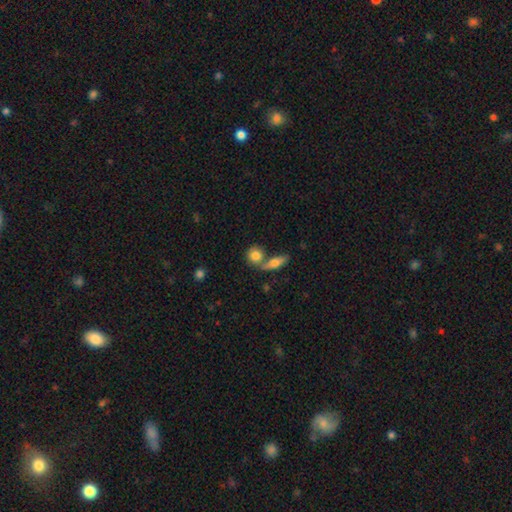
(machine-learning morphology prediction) Q: Smooth or featured?
A: smooth (79%); runner-up: featured or disk (14%)
Q: How rounded?
A: round (69%); runner-up: in between (25%)
Q: Merging?
A: none (48%); runner-up: merger (39%)